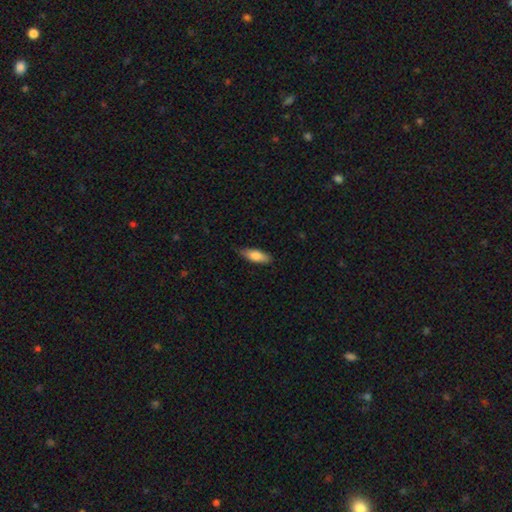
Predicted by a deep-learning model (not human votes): Smooth or featured? Predicted: smooth (p=0.80). How rounded? Predicted: in between (p=0.67). Merging? Predicted: none (p=0.76).